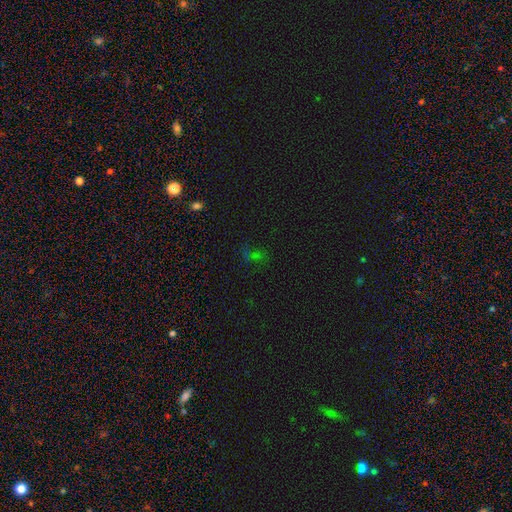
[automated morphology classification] Overall: star or artifact (53%; smooth 34%).